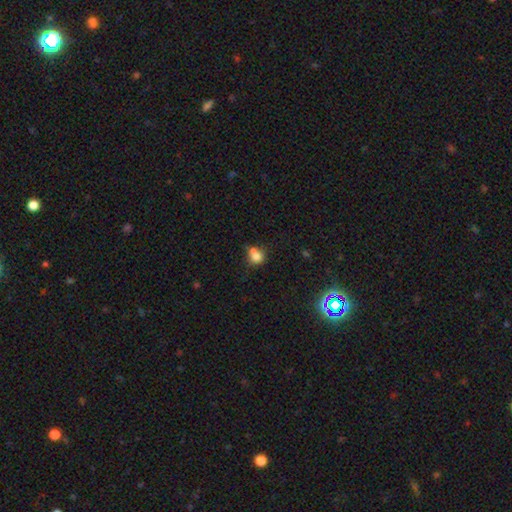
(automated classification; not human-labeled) Smooth or featured: smooth — 76% (star or artifact — 13%)
How rounded: round — 79% (in between — 20%)
Merging: none — 42% (merger — 39%)